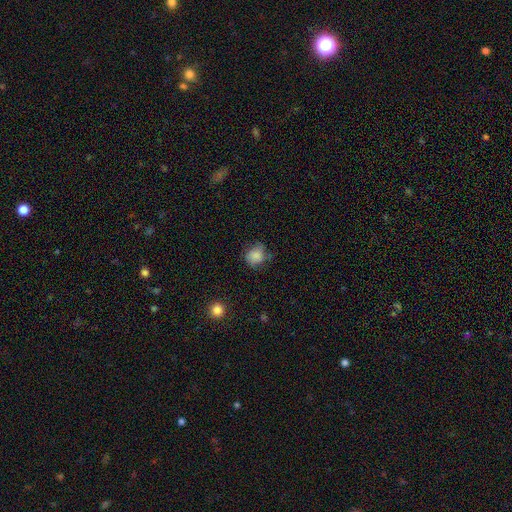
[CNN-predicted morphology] Q: Smooth or featured?
A: smooth (78%); runner-up: featured or disk (12%)
Q: How rounded?
A: round (65%); runner-up: in between (34%)
Q: Merging?
A: none (58%); runner-up: minor disturbance (29%)